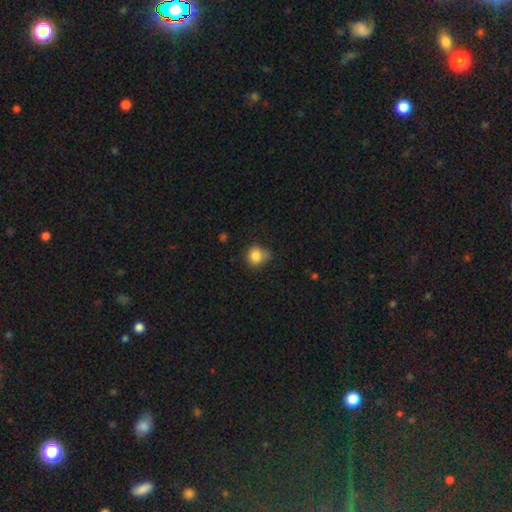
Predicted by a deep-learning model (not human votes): Q: Smooth or featured?
A: smooth (83%); runner-up: star or artifact (10%)
Q: How rounded?
A: round (82%); runner-up: in between (17%)
Q: Merging?
A: none (56%); runner-up: minor disturbance (31%)